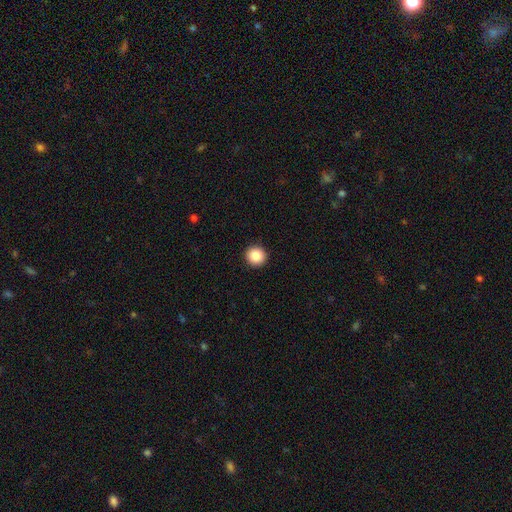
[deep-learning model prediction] Morphology: type=smooth (86%); roundness=round (94%); merging=none (93%).